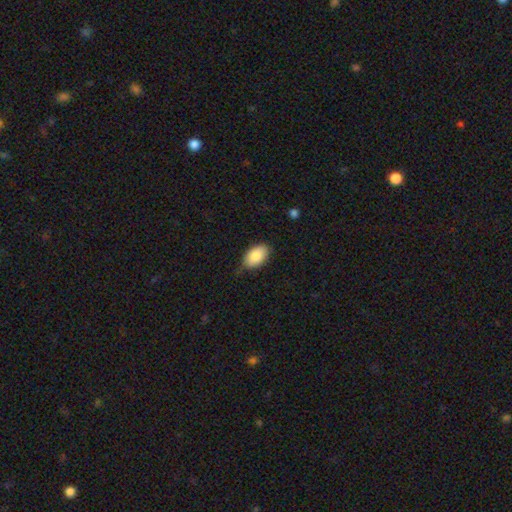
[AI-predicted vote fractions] This is clearly a smooth galaxy (85%). How rounded: clearly in between (93%). Merging: likely none (78%).